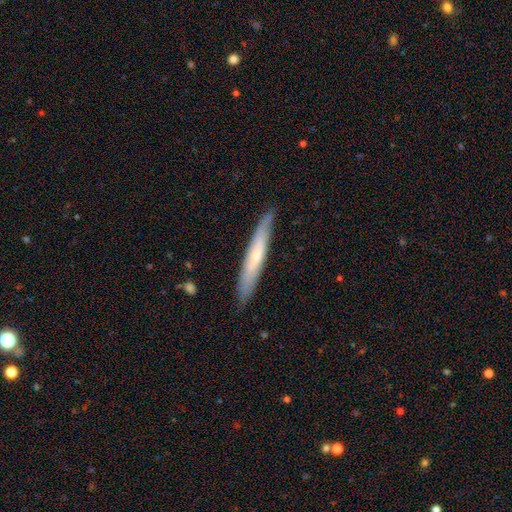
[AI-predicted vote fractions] Overall: smooth (50%; featured or disk 44%). How rounded: cigar-shaped (94%). Merging: none (87%).